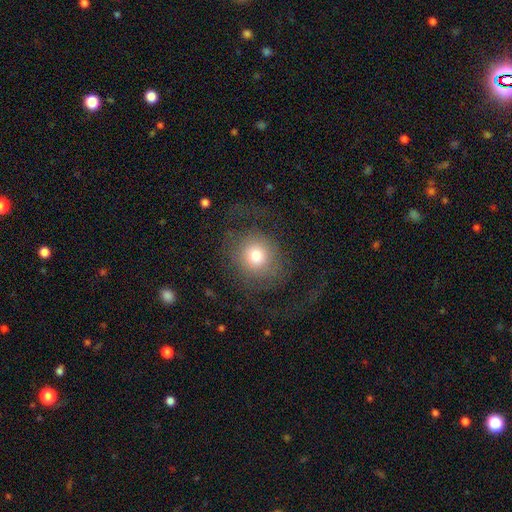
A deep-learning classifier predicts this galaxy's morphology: smooth 62%, featured or disk 27%, star or artifact 11%. Down the decision tree: how rounded — round (84%); merging — none (58%).